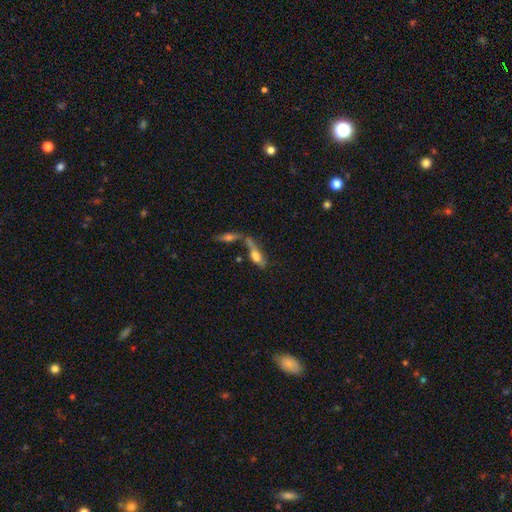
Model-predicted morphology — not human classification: This is likely a smooth galaxy (62%). How rounded: likely in between (64%). Merging: possibly merger (56%).